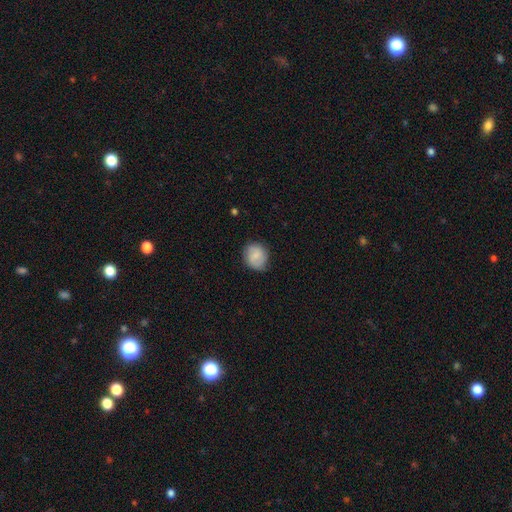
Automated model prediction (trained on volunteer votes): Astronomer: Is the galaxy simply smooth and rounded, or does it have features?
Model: smooth — 70%.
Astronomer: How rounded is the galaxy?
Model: round — 78%.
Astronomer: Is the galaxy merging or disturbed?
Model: none — 78%.